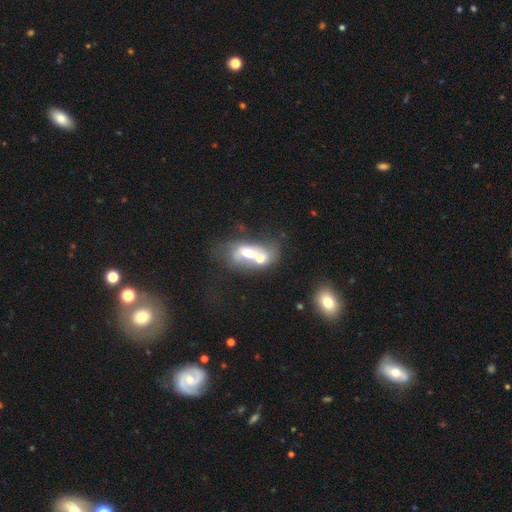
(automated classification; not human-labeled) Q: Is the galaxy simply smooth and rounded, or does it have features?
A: featured or disk — 48%.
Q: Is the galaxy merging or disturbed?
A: merger — 75%.